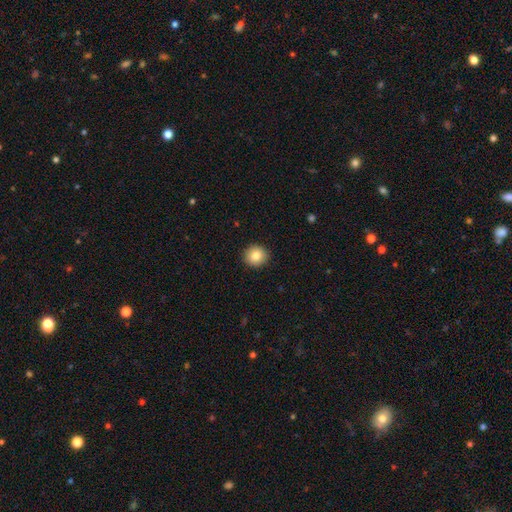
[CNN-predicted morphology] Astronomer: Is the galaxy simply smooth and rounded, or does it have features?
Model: smooth — 84%.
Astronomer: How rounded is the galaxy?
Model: round — 89%.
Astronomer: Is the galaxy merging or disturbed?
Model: none — 92%.